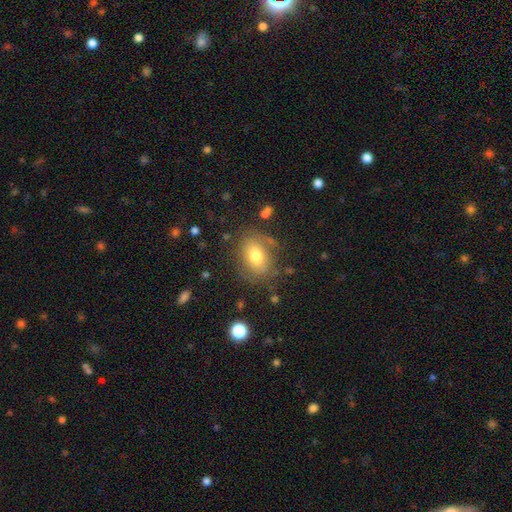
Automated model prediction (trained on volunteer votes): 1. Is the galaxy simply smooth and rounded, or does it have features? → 72% smooth, 17% featured or disk, 11% star or artifact.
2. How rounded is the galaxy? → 68% in between, 30% round, 1% cigar-shaped.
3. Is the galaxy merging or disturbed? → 73% none, 17% minor disturbance, 7% major disturbance, 4% merger.